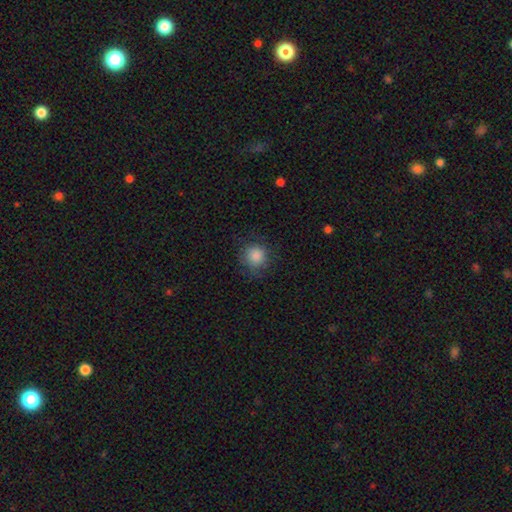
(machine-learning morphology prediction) Smooth or featured? smooth (86%)
How rounded? round (91%)
Merging? none (80%)